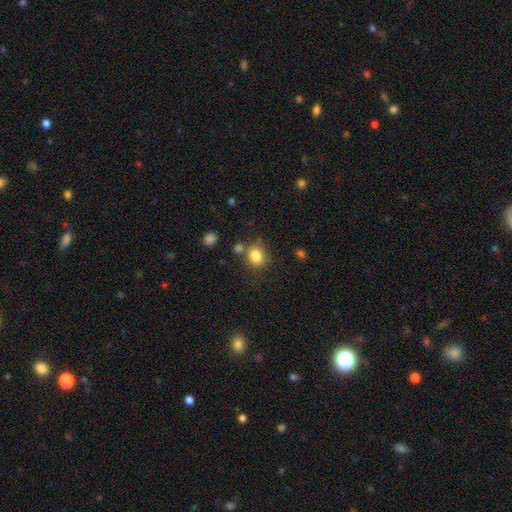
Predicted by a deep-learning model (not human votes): A smooth galaxy with no disk features (83%) that is round (65%).

Vote fractions:
- Smooth or featured? smooth: 83% / star or artifact: 11% / featured or disk: 7%
- How rounded? round: 65% / in between: 34% / cigar-shaped: 1%
- Merging? none: 69% / minor disturbance: 14% / merger: 12% / major disturbance: 5%